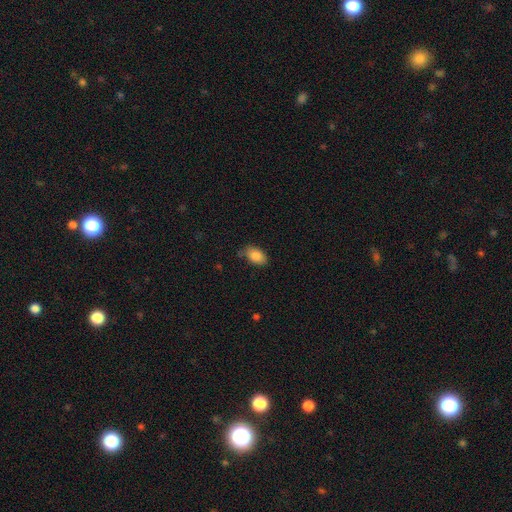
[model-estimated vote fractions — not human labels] smooth_or_featured: smooth (p=0.86) [alt: star or artifact p=0.08]
how_rounded: in between (p=0.90) [alt: round p=0.08]
merging: none (p=0.74) [alt: minor disturbance p=0.21]